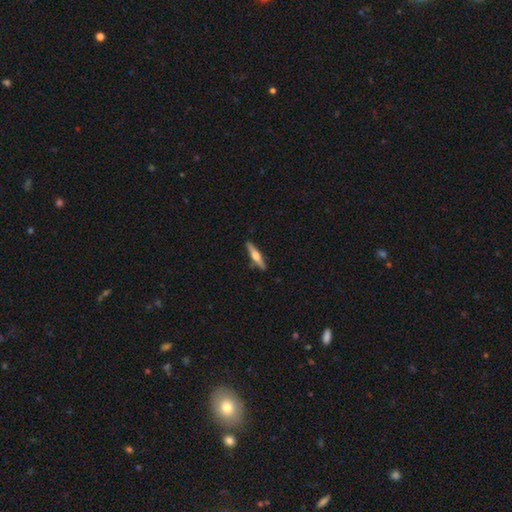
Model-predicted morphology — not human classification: The model was most divided on "smooth or featured": featured or disk: 61%, smooth: 34%, star or artifact: 5%. More confident: edge-on disk — yes (97%); edge-on bulge — rounded (91%); merging — none (89%).